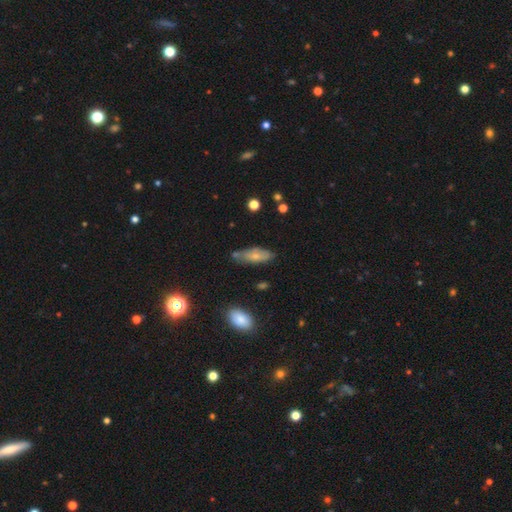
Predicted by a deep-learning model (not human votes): Morphology: type=smooth (65%); roundness=in between (69%); merging=none (62%).